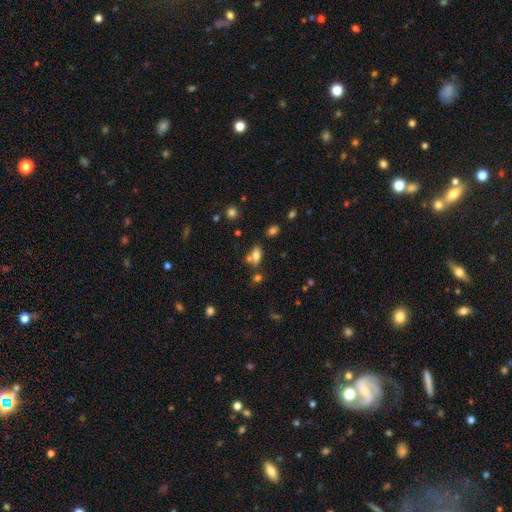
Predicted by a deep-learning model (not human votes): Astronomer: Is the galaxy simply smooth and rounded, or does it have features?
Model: smooth — 71%.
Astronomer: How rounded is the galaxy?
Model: in between — 82%.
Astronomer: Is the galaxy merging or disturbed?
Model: none — 56%.